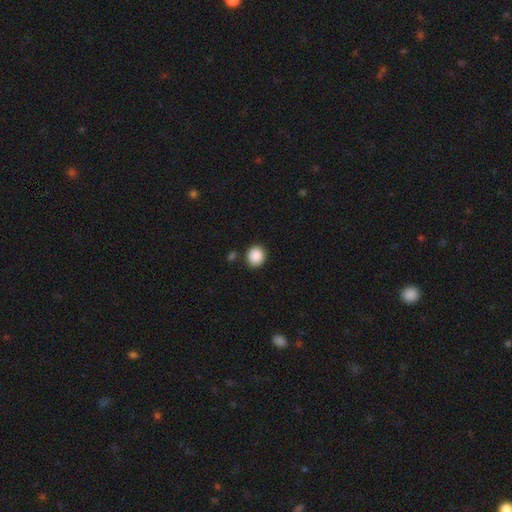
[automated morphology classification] Smooth or featured: smooth — 89% (star or artifact — 8%)
How rounded: round — 80% (in between — 19%)
Merging: none — 86% (minor disturbance — 8%)